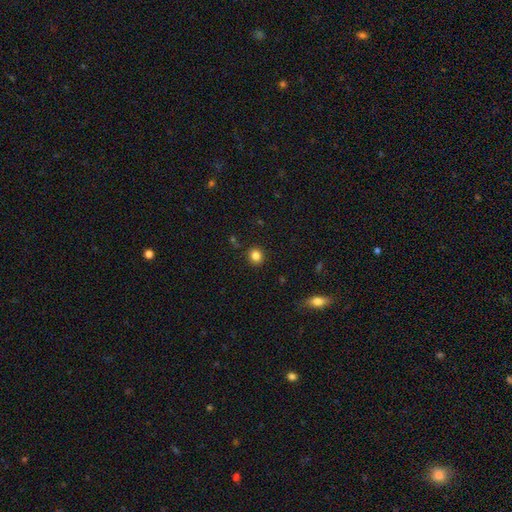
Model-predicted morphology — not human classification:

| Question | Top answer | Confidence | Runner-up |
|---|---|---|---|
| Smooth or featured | smooth | 84% | star or artifact (12%) |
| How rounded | round | 87% | in between (13%) |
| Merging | none | 90% | minor disturbance (7%) |